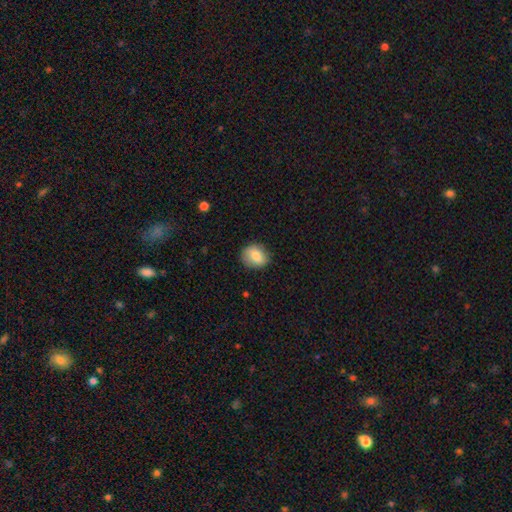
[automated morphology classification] This is likely a smooth galaxy (78%). How rounded: possibly round (59%). Merging: clearly none (82%).